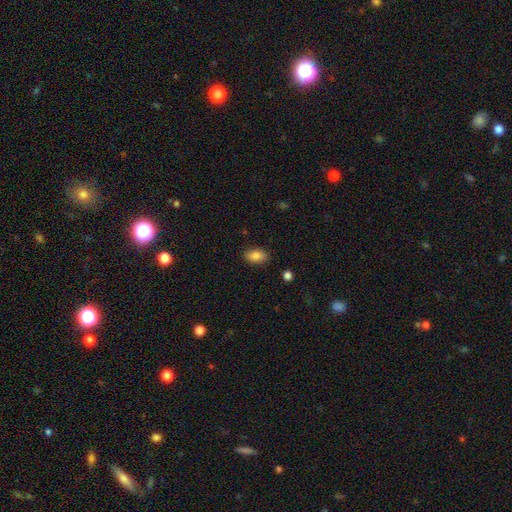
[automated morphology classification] A smooth galaxy with no disk features (86%) that is in between round and cigar-shaped (91%).

Vote fractions:
- Smooth or featured? smooth: 86% / star or artifact: 8% / featured or disk: 6%
- How rounded? in between: 91% / round: 6% / cigar-shaped: 3%
- Merging? none: 86% / minor disturbance: 10% / major disturbance: 3% / merger: 1%